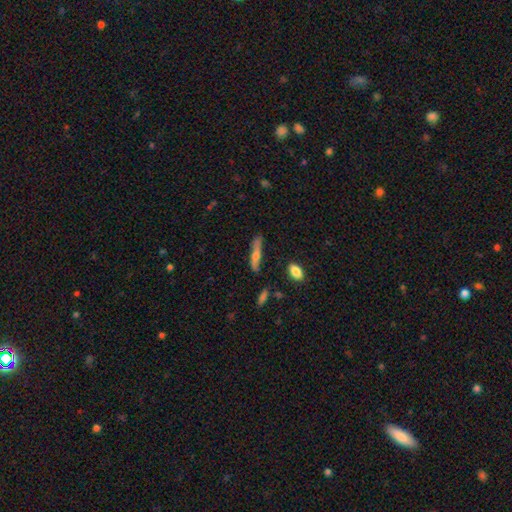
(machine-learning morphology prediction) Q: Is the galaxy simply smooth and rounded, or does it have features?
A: smooth — 53%.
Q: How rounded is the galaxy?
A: cigar-shaped — 82%.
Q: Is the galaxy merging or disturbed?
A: none — 73%.